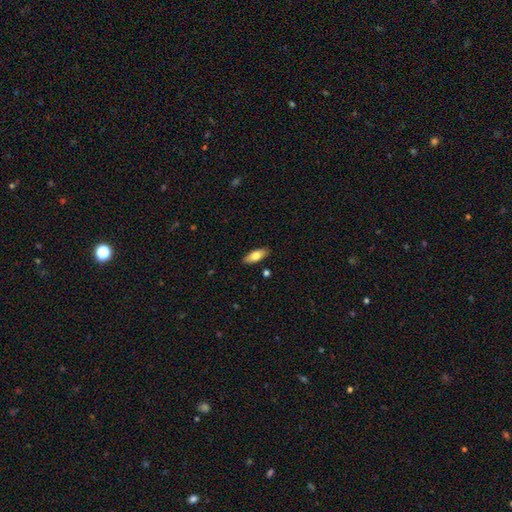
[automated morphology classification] This is likely a smooth galaxy (72%). How rounded: likely in between (77%). Merging: clearly none (88%).